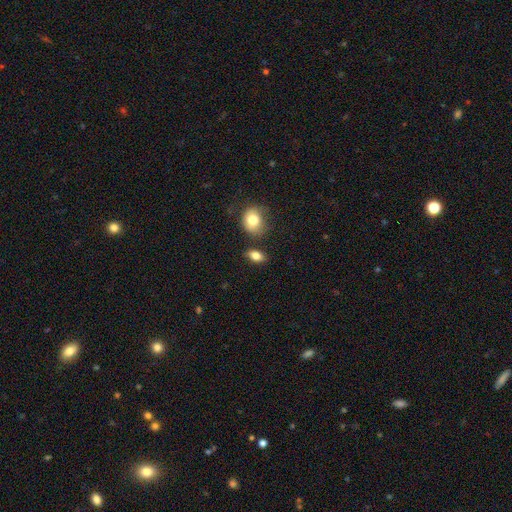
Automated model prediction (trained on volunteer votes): This is clearly a smooth galaxy (81%). How rounded: clearly in between (81%). Merging: likely none (75%).